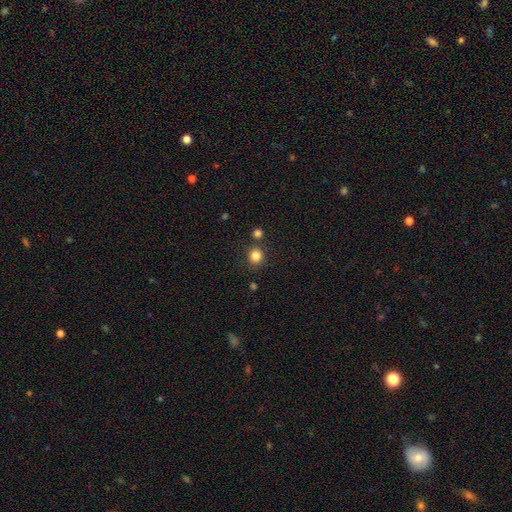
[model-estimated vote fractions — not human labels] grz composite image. It shows a smooth galaxy with no disk features (83%) that is round (90%). Merging: none (83%).